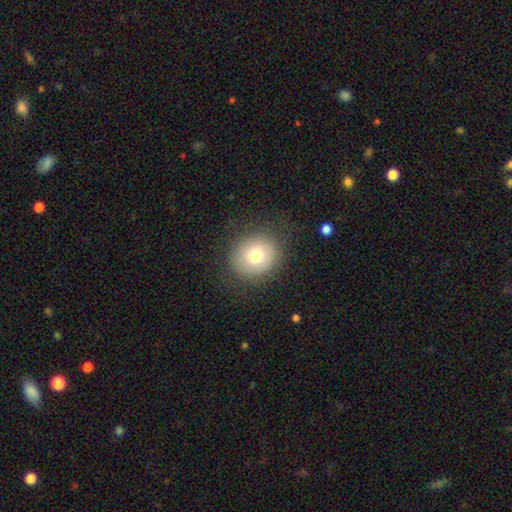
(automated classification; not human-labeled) A smooth galaxy with no disk features (73%) that is round (77%). Merging: none (82%).